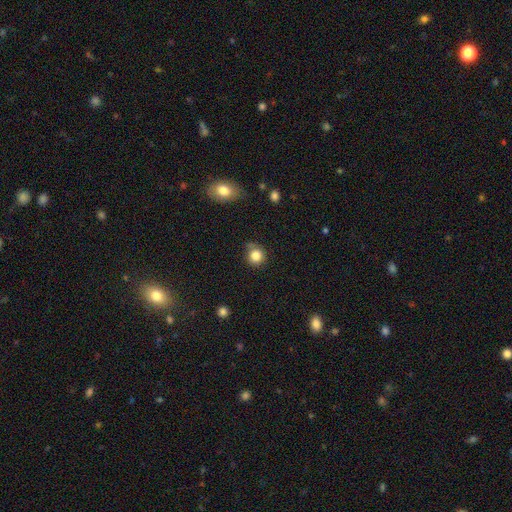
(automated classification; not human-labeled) smooth_or_featured: smooth (p=0.83) [alt: star or artifact p=0.11]
how_rounded: round (p=0.89) [alt: in between p=0.10]
merging: none (p=0.72) [alt: minor disturbance p=0.19]